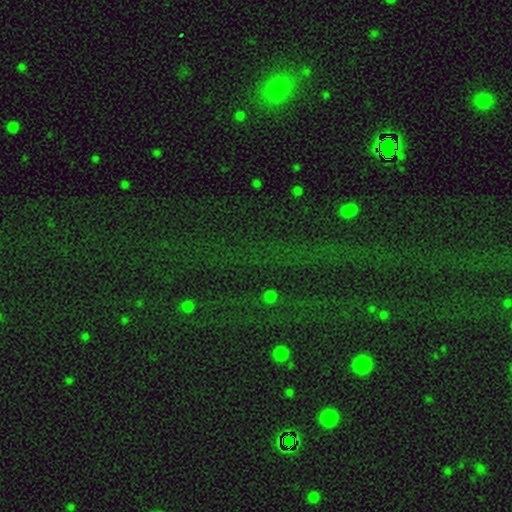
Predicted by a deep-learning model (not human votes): This is likely a star or artifact rather than a galaxy (75%).